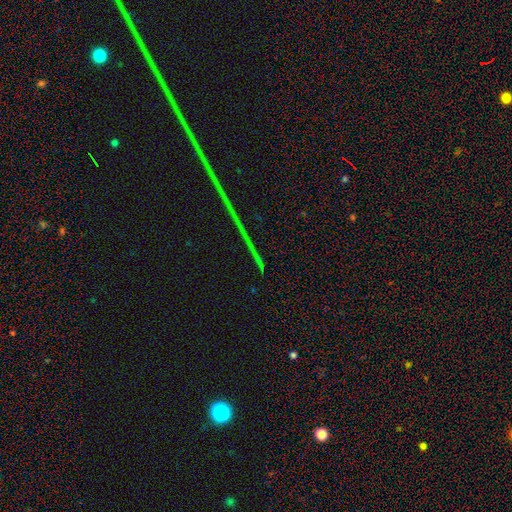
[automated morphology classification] This is clearly a star or artifact rather than a galaxy (86%).